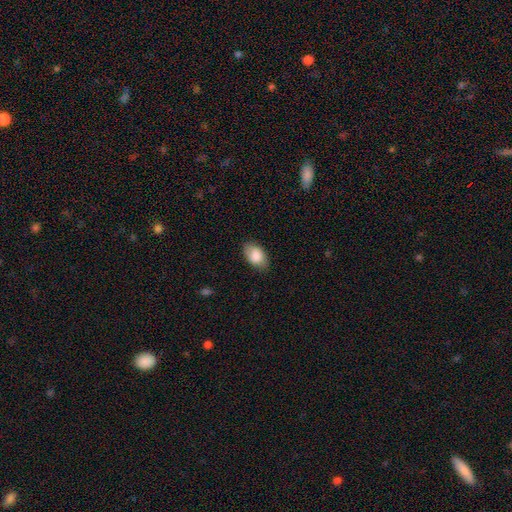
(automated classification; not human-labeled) smooth-or-featured: smooth: 86% | featured or disk: 8% | star or artifact: 6%
  how-rounded: in between: 92% | round: 7% | cigar-shaped: 1%
  merging: none: 80% | minor disturbance: 16% | major disturbance: 3% | merger: 1%